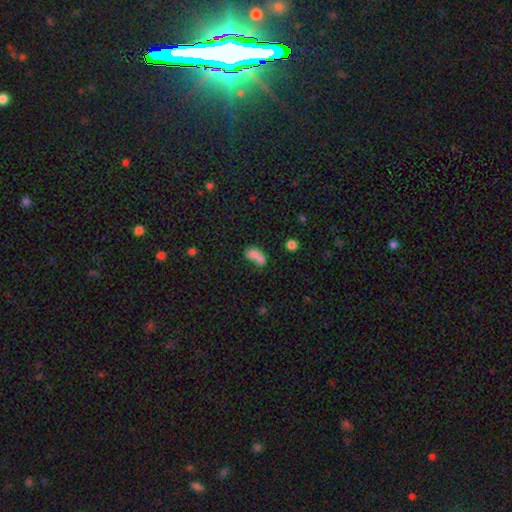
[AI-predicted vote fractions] Smooth or featured? Predicted: smooth (p=0.74). How rounded? Predicted: in between (p=0.66). Merging? Predicted: merger (p=0.67).